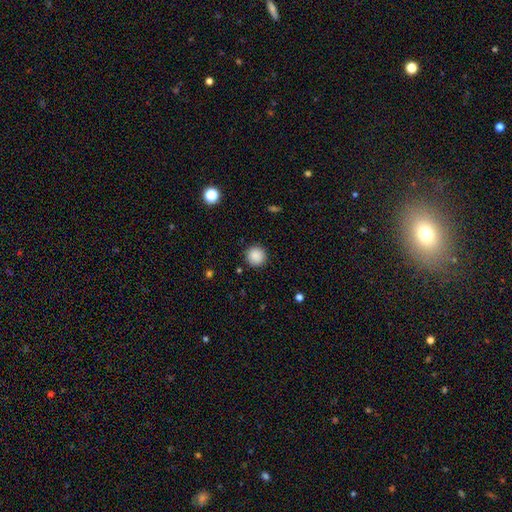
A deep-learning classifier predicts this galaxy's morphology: A smooth galaxy with no disk features (88%) that is round (95%). Merging: none (91%).